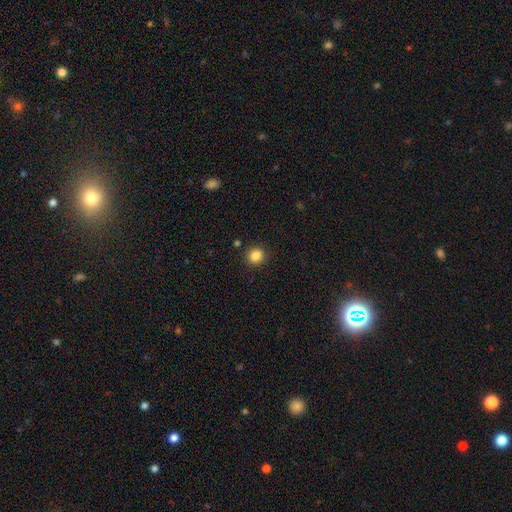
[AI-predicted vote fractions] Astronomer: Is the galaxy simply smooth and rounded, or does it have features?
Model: smooth — 85%.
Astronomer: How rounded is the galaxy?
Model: round — 86%.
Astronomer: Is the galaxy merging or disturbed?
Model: none — 90%.